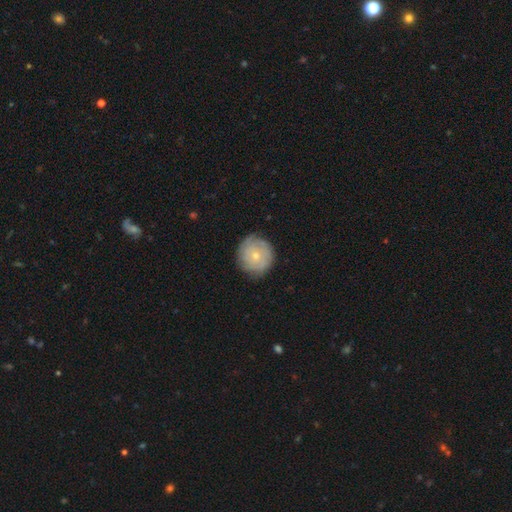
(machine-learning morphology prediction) smooth-or-featured: smooth: 48% | featured or disk: 45% | star or artifact: 7%
  merging: none: 78% | minor disturbance: 17% | major disturbance: 4% | merger: 1%